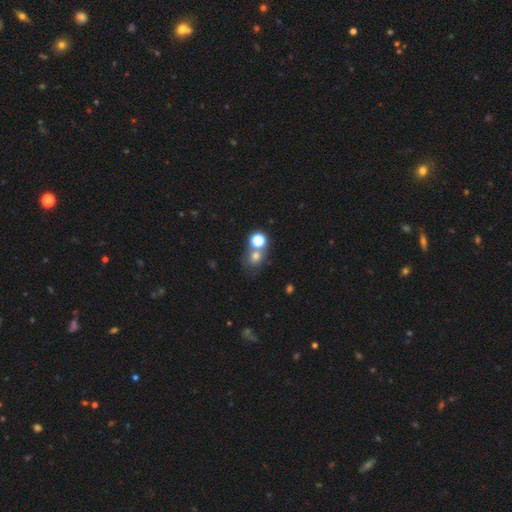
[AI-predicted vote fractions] This is likely a smooth galaxy (69%). How rounded: likely round (72%). Merging: possibly none (52%).